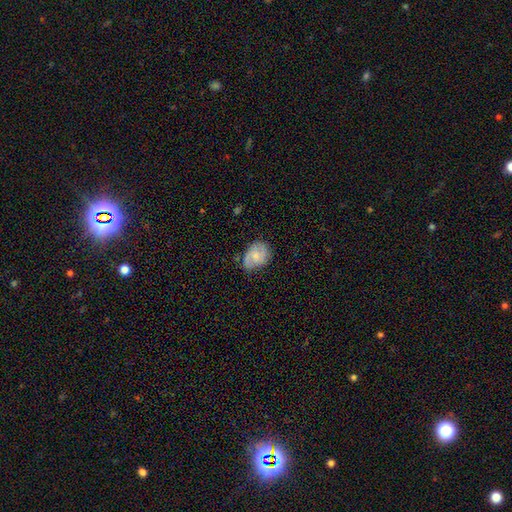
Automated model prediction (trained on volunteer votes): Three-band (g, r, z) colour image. It shows a featured or disk galaxy (56%) with no bar (66%), spiral arms (89%) and a small central bulge (54%). Merging: none (65%).